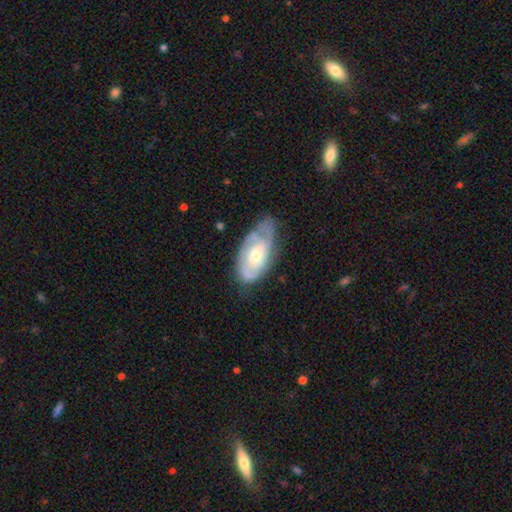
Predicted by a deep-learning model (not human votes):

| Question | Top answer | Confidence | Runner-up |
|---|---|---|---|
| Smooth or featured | featured or disk | 75% | smooth (20%) |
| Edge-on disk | no | 94% | yes (6%) |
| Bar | no | 72% | weak (23%) |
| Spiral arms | yes | 88% | no (12%) |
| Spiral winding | tight | 60% | medium (31%) |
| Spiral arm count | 2 | 40% | can't tell (34%) |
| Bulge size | moderate | 52% | small (43%) |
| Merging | none | 58% | minor disturbance (29%) |